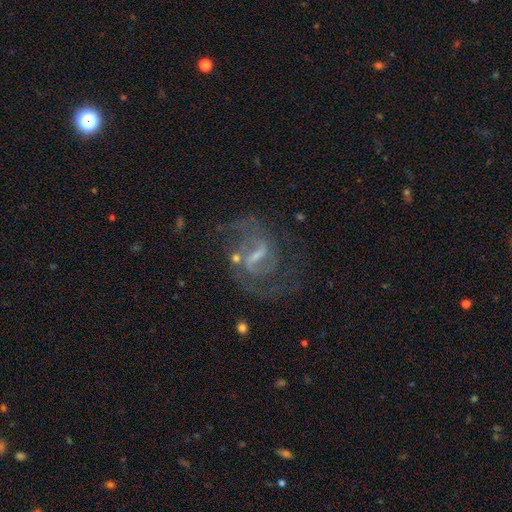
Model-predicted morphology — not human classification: Overall: featured or disk (87%). Edge-on disk: no (97%). Bar: weak (48%; strong 42%). Spiral arms: yes (95%). Spiral arm count: 2 (84%). Spiral winding: medium (56%; loose 25%). Bulge size: small (47%; none 27%). Merging: none (64%).